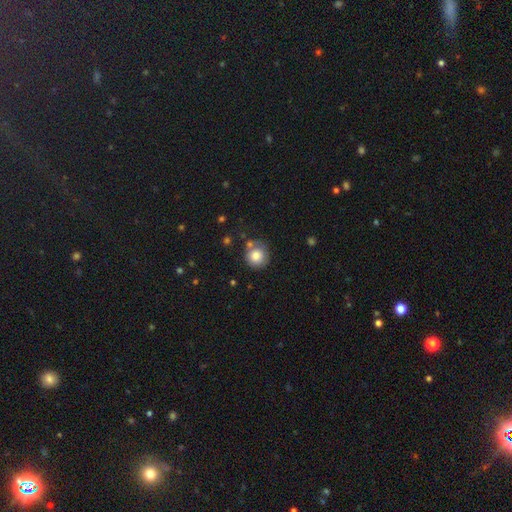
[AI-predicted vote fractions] smooth 80%, featured or disk 11%, star or artifact 9%. Down the decision tree: how rounded — round (92%); merging — none (72%).